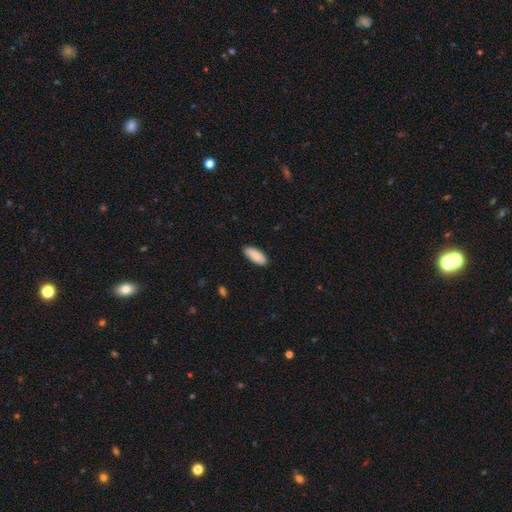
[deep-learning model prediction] This appears to be a smooth galaxy with no disk features (90%) that is in between round and cigar-shaped (80%). Merging: none (88%).